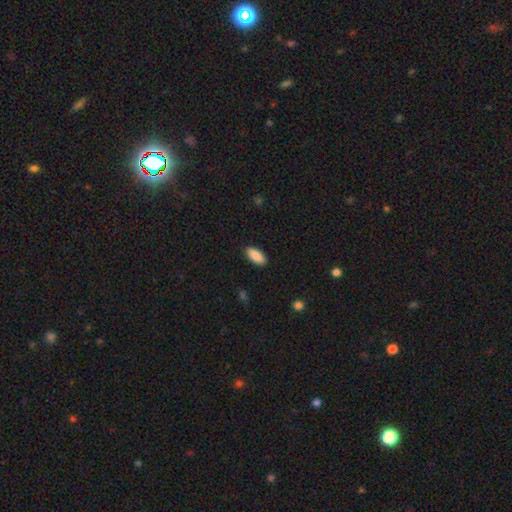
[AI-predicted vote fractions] A smooth galaxy with no disk features (89%) that is in between round and cigar-shaped (88%).

Vote fractions:
- Smooth or featured? smooth: 89% / star or artifact: 6% / featured or disk: 5%
- How rounded? in between: 88% / cigar-shaped: 10% / round: 2%
- Merging? none: 89% / minor disturbance: 8% / major disturbance: 2% / merger: 1%